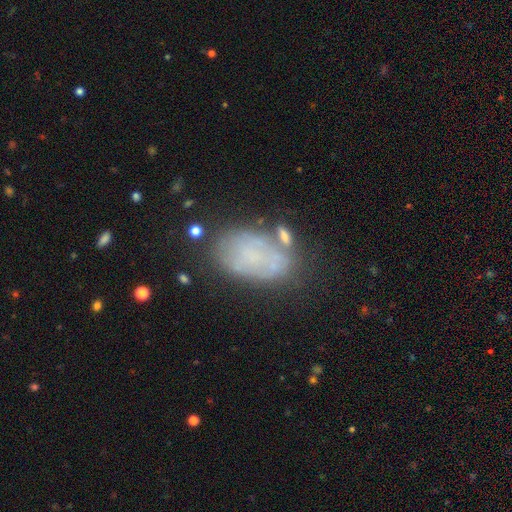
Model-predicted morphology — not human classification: This appears to be a smooth galaxy with no disk features (46%). Merging: none (52%).